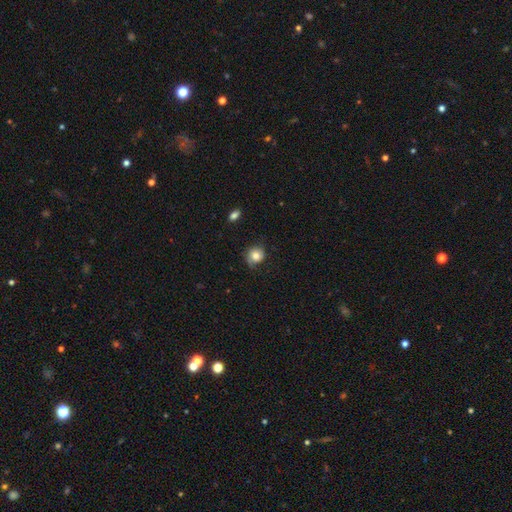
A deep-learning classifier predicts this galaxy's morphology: The model was most divided on "merging": none: 58%, minor disturbance: 29%, major disturbance: 11%, merger: 2%. More confident: how rounded — round (79%); smooth or featured — smooth (74%).